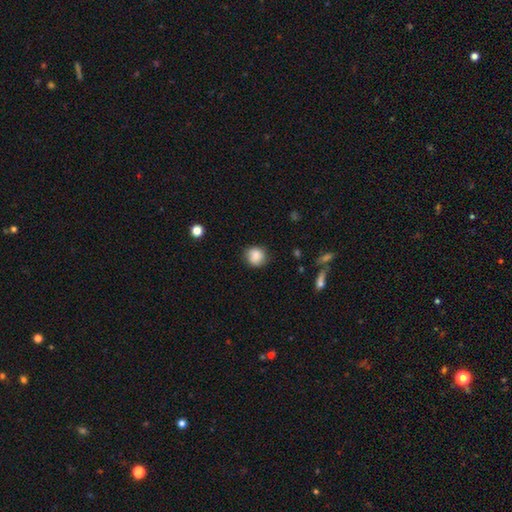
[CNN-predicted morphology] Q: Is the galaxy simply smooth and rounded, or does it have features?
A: smooth — 86%.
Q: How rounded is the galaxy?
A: round — 85%.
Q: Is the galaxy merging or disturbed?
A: none — 82%.